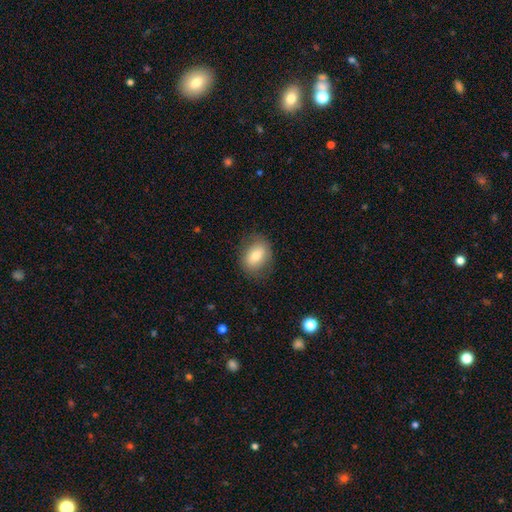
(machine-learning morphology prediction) type=smooth (75%); roundness=in between (72%); merging=none (79%).